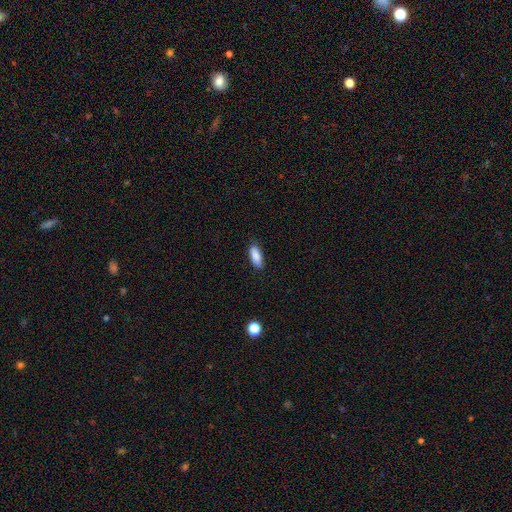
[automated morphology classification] smooth-or-featured: smooth: 88% | star or artifact: 7% | featured or disk: 6%
  how-rounded: in between: 70% | cigar-shaped: 28% | round: 2%
  merging: none: 84% | minor disturbance: 12% | major disturbance: 2% | merger: 1%